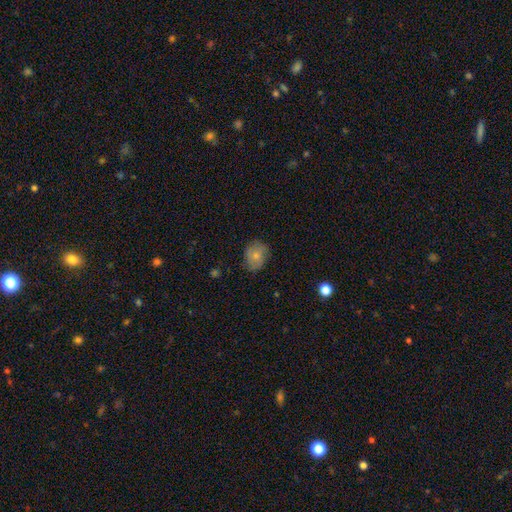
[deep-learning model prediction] The model was most divided on "how rounded": round: 53%, in between: 47%, cigar-shaped: 1%. More confident: merging — none (74%); smooth or featured — smooth (72%).